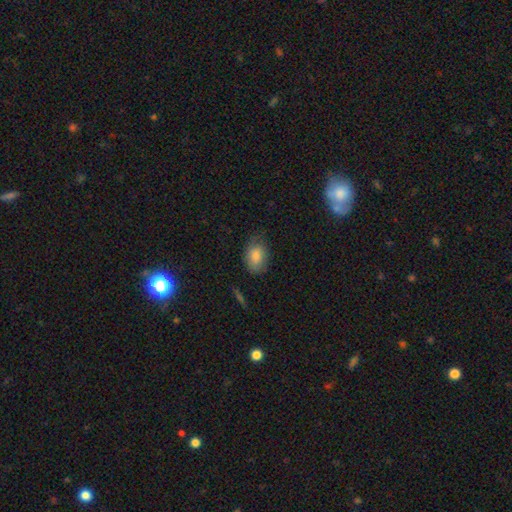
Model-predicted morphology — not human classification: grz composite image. It shows a smooth galaxy with no disk features (81%) that is in between round and cigar-shaped (78%). Merging: none (65%).